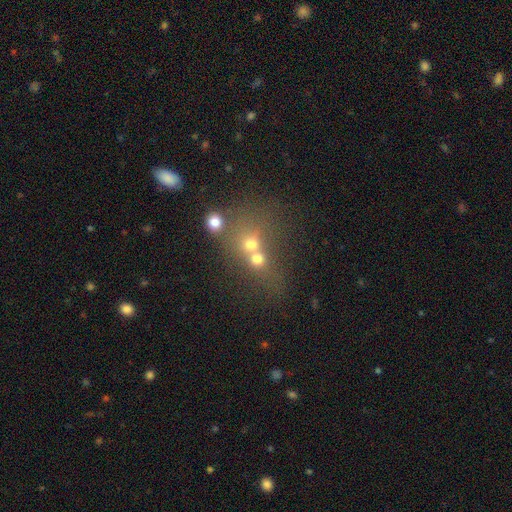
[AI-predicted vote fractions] Smooth or featured? smooth (54%)
How rounded? round (72%)
Merging? merger (62%)